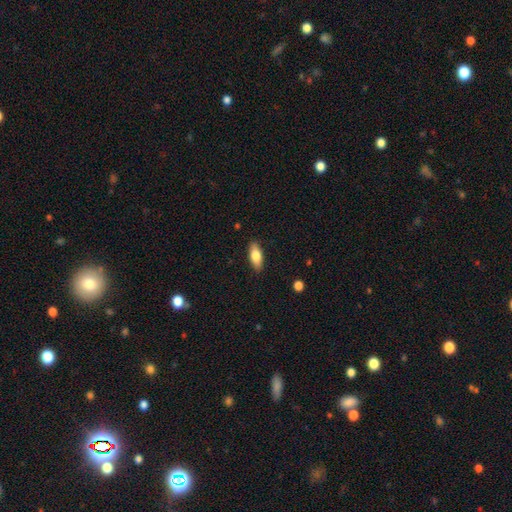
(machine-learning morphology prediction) Smooth or featured? smooth (75%)
How rounded? in between (77%)
Merging? none (88%)